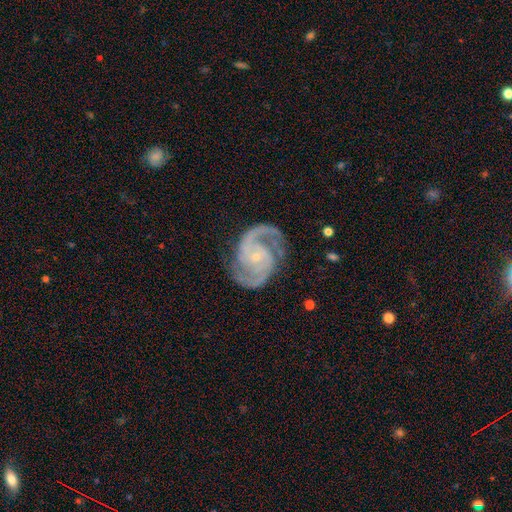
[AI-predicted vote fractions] Smooth or featured?
  - featured or disk: 93% *
  - star or artifact: 4%
  - smooth: 3%
Edge-on disk?
  - no: 98% *
  - yes: 2%
Bar?
  - no: 65% *
  - weak: 26%
  - strong: 9%
Spiral arms?
  - yes: 99% *
  - no: 1%
Spiral winding?
  - medium: 57% *
  - tight: 34%
  - loose: 9%
Spiral arm count?
  - 2: 91% *
  - 3: 4%
  - can't tell: 2%
  - 1: 1%
  - 4: 1%
  - more than 4: 1%
Bulge size?
  - small: 79% *
  - moderate: 16%
  - none: 3%
  - large: 1%
  - dominant: 1%
Merging?
  - none: 78% *
  - minor disturbance: 15%
  - major disturbance: 5%
  - merger: 1%